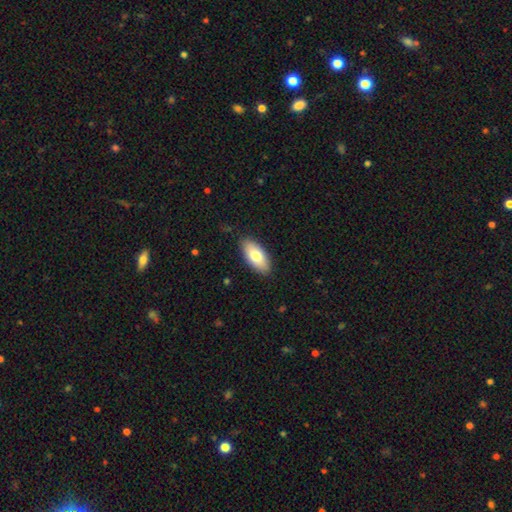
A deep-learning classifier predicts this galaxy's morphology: smooth 76%, featured or disk 18%, star or artifact 6%. Down the decision tree: how rounded — in between (91%); merging — none (87%).